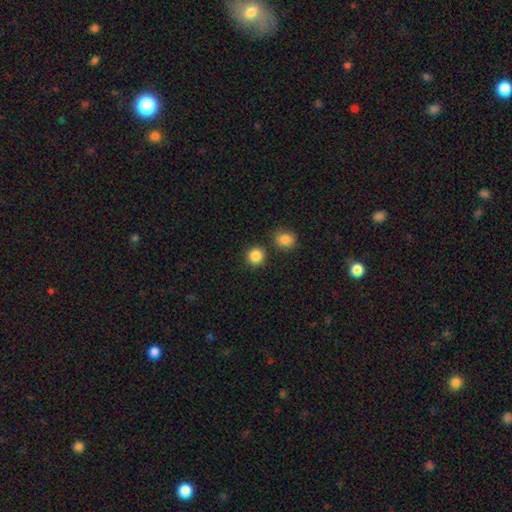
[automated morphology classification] Smooth or featured?
  - smooth: 87% *
  - star or artifact: 10%
  - featured or disk: 3%
How rounded?
  - round: 90% *
  - in between: 9%
  - cigar-shaped: 1%
Merging?
  - none: 84% *
  - merger: 7%
  - minor disturbance: 7%
  - major disturbance: 2%